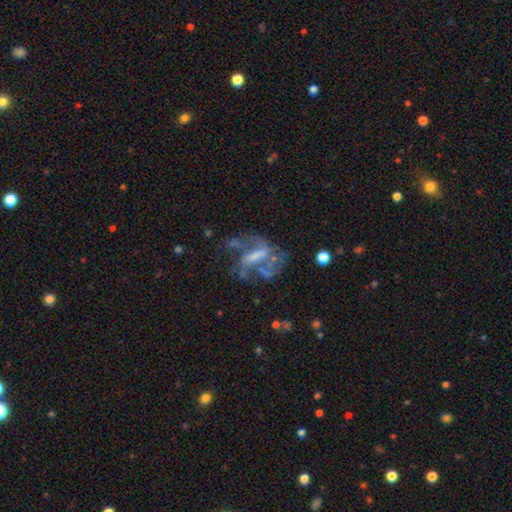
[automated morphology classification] Smooth or featured?
  - featured or disk: 73% *
  - smooth: 14%
  - star or artifact: 13%
Edge-on disk?
  - no: 95% *
  - yes: 5%
Bar?
  - weak: 38% *
  - strong: 36%
  - no: 26%
Spiral arms?
  - yes: 67% *
  - no: 33%
Bulge size?
  - none: 37% *
  - small: 28%
  - moderate: 28%
  - large: 6%
  - dominant: 1%
Merging?
  - none: 41% *
  - major disturbance: 32%
  - minor disturbance: 17%
  - merger: 9%